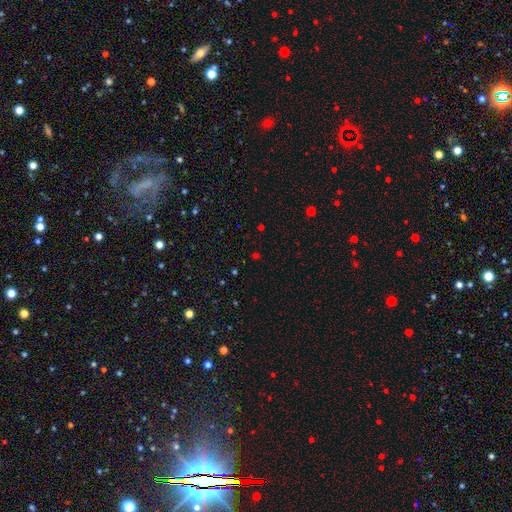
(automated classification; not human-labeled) A star or artifact, not a galaxy (54%).